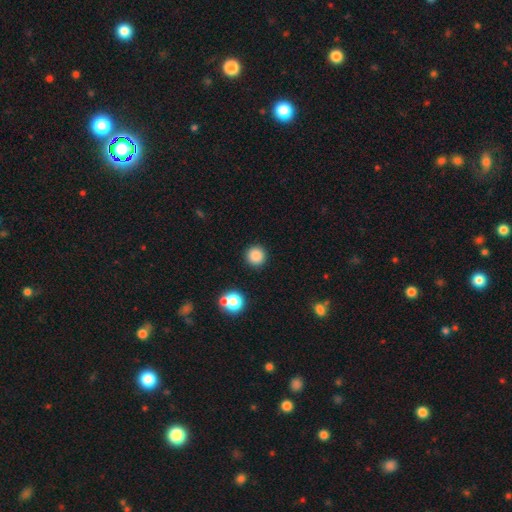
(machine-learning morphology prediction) Smooth or featured? Predicted: smooth (p=0.85). How rounded? Predicted: round (p=0.95). Merging? Predicted: none (p=0.89).